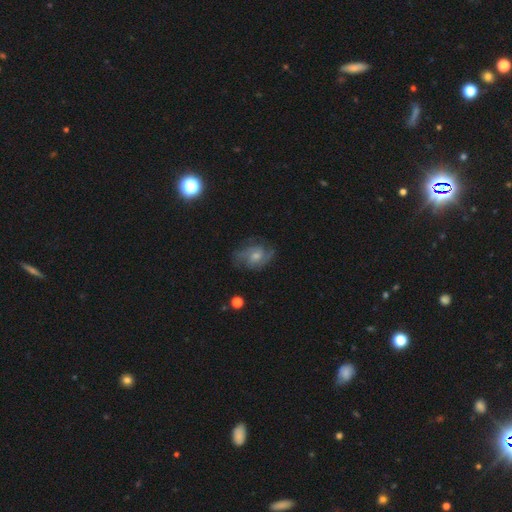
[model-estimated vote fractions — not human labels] featured or disk 68%, smooth 24%, star or artifact 8%. Down the decision tree: edge-on disk — no (97%); bar — no (63%); spiral arms — yes (88%); spiral arm count — 2 (53%); spiral winding — medium (48%); bulge size — small (48%); merging — none (60%).